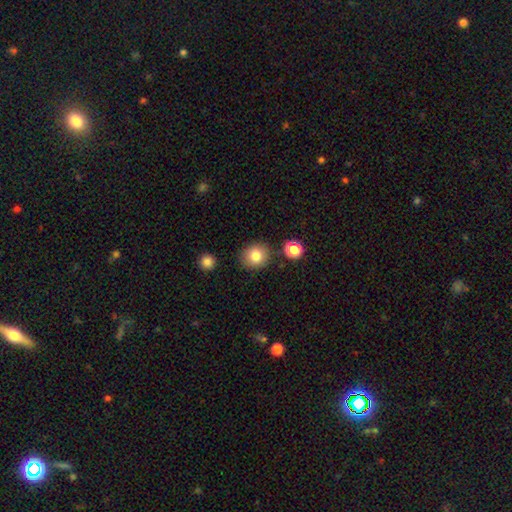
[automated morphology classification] Q: Smooth or featured?
A: smooth (82%); runner-up: star or artifact (10%)
Q: How rounded?
A: round (81%); runner-up: in between (18%)
Q: Merging?
A: none (85%); runner-up: minor disturbance (9%)